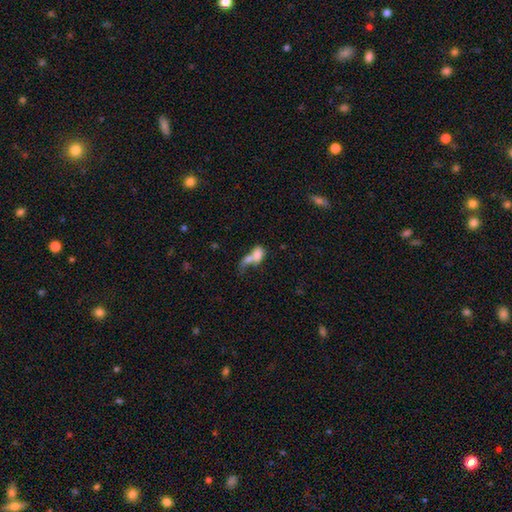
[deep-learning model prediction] Smooth or featured? smooth (68%)
How rounded? in between (73%)
Merging? merger (62%)